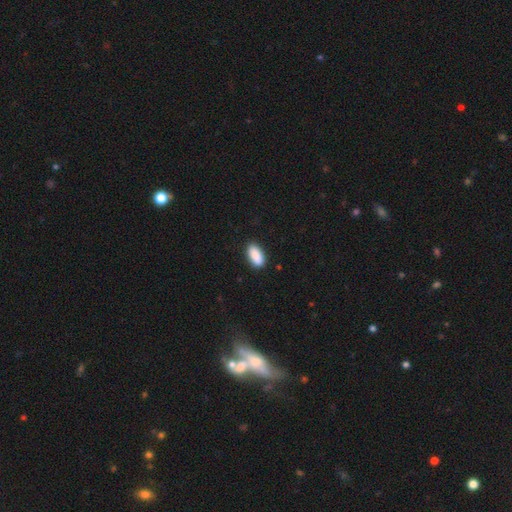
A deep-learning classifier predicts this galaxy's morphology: Smooth or featured?
  - smooth: 91% *
  - star or artifact: 6%
  - featured or disk: 3%
How rounded?
  - in between: 92% *
  - cigar-shaped: 6%
  - round: 2%
Merging?
  - none: 88% *
  - minor disturbance: 9%
  - major disturbance: 2%
  - merger: 1%